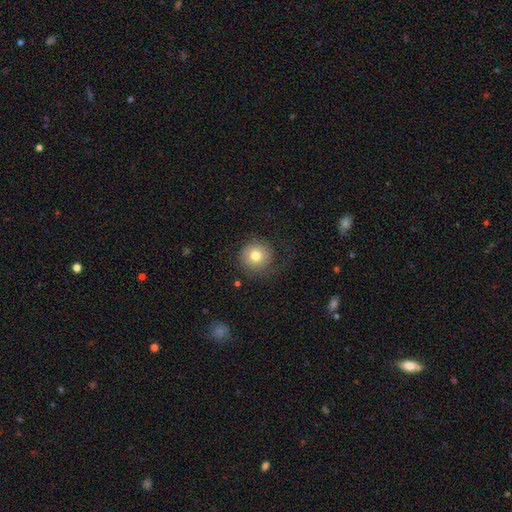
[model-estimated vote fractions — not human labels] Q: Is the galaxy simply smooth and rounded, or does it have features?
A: smooth — 73%.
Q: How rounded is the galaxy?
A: round — 94%.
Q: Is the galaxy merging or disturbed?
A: none — 68%.